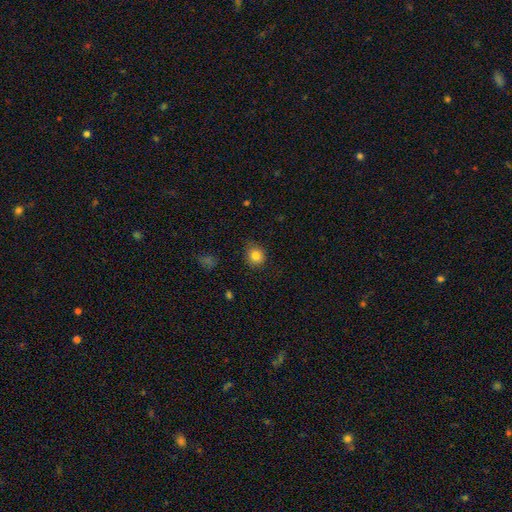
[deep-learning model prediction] smooth 83%, star or artifact 11%, featured or disk 6%. Down the decision tree: how rounded — round (83%); merging — none (82%).